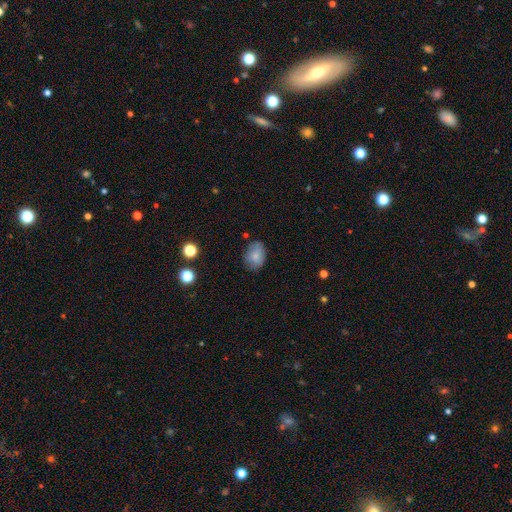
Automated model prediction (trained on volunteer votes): This is clearly a smooth galaxy (80%). How rounded: likely in between (73%). Merging: likely none (71%).